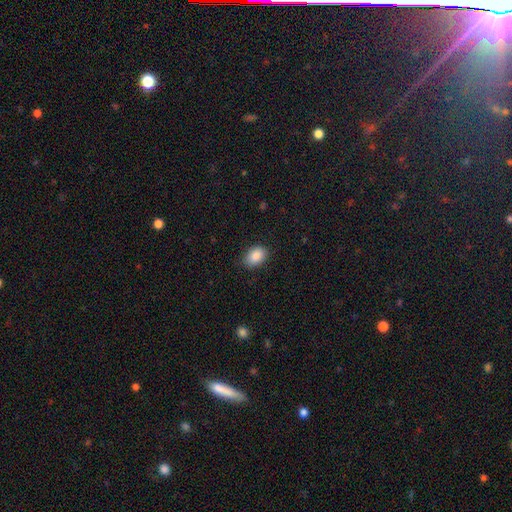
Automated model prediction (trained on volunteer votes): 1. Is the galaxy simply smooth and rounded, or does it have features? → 87% smooth, 8% star or artifact, 5% featured or disk.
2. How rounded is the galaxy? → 82% in between, 17% round, 1% cigar-shaped.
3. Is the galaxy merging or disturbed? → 86% none, 11% minor disturbance, 2% major disturbance, 1% merger.